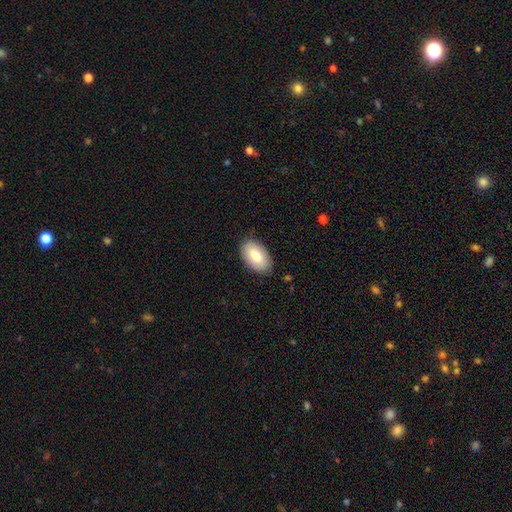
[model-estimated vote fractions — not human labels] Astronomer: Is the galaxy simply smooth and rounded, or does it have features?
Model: smooth — 80%.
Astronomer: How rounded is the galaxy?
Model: in between — 94%.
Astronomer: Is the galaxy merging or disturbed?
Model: none — 84%.